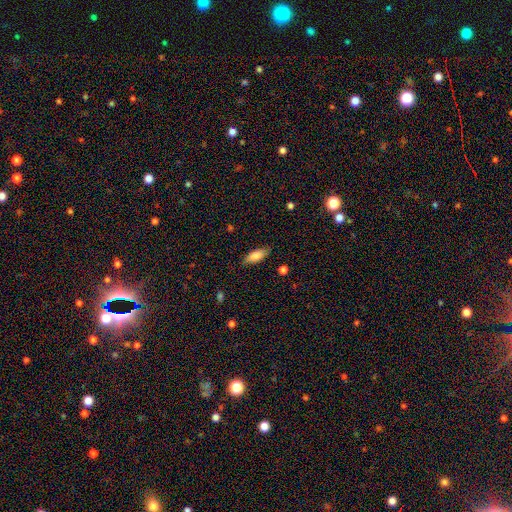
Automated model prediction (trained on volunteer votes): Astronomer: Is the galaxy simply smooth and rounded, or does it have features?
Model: smooth — 82%.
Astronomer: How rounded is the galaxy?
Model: in between — 76%.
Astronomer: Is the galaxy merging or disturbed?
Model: none — 83%.